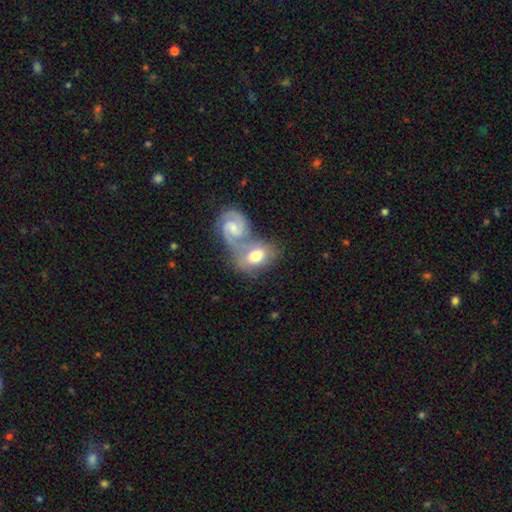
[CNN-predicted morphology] Q: Smooth or featured?
A: featured or disk (50%); runner-up: smooth (44%)
Q: Edge-on disk?
A: no (95%); runner-up: yes (5%)
Q: Merging?
A: merger (61%); runner-up: none (26%)